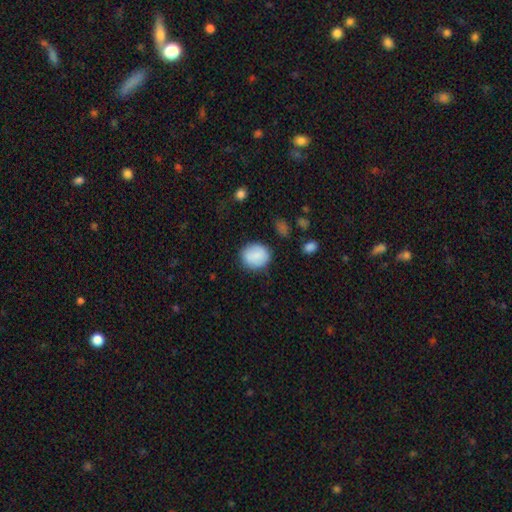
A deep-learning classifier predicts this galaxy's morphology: Smooth or featured?
  - smooth: 85% *
  - featured or disk: 7%
  - star or artifact: 7%
How rounded?
  - round: 73% *
  - in between: 26%
  - cigar-shaped: 1%
Merging?
  - none: 83% *
  - minor disturbance: 12%
  - major disturbance: 4%
  - merger: 2%